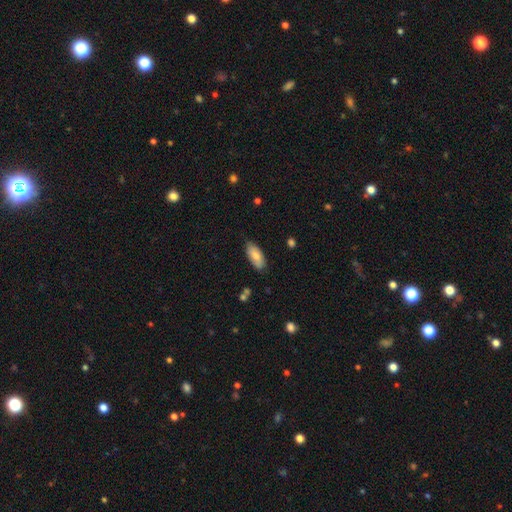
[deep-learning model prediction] smooth-or-featured: smooth: 75% | featured or disk: 19% | star or artifact: 6%
  how-rounded: in between: 88% | cigar-shaped: 10% | round: 2%
  merging: none: 81% | minor disturbance: 15% | major disturbance: 2% | merger: 2%